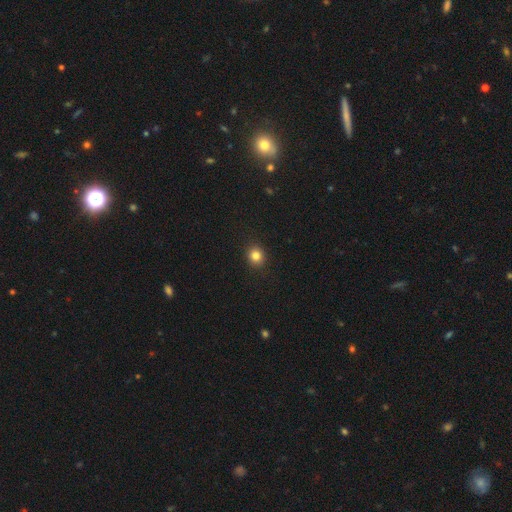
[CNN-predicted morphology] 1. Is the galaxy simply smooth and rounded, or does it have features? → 83% smooth, 12% star or artifact, 5% featured or disk.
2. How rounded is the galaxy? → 83% round, 16% in between, 1% cigar-shaped.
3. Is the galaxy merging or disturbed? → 91% none, 6% minor disturbance, 2% major disturbance, 1% merger.